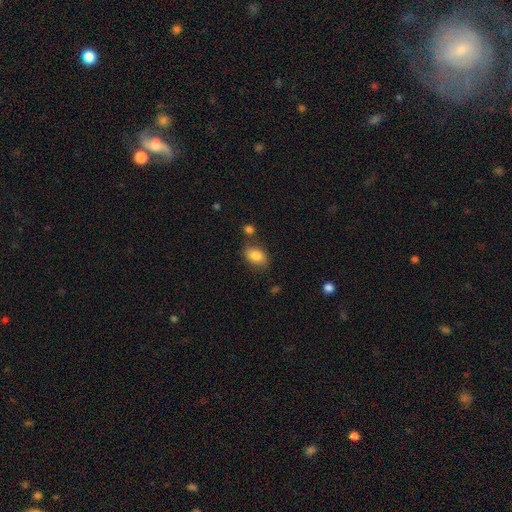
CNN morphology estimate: The model was most divided on "merging": none: 74%, minor disturbance: 15%, merger: 7%, major disturbance: 4%. More confident: smooth or featured — smooth (83%); how rounded — in between (83%).